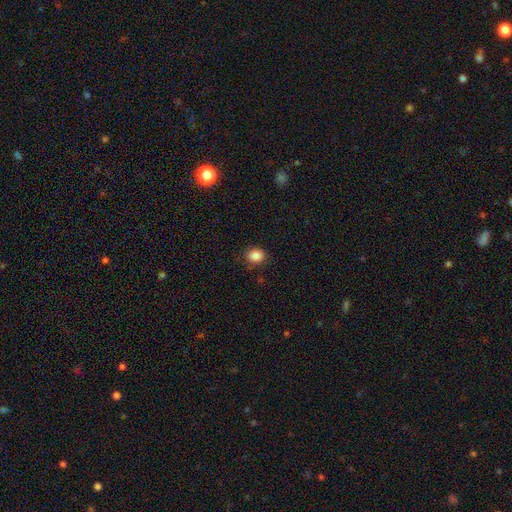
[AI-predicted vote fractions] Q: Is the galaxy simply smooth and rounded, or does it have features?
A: smooth — 86%.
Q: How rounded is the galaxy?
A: round — 66%.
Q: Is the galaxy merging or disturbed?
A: none — 84%.